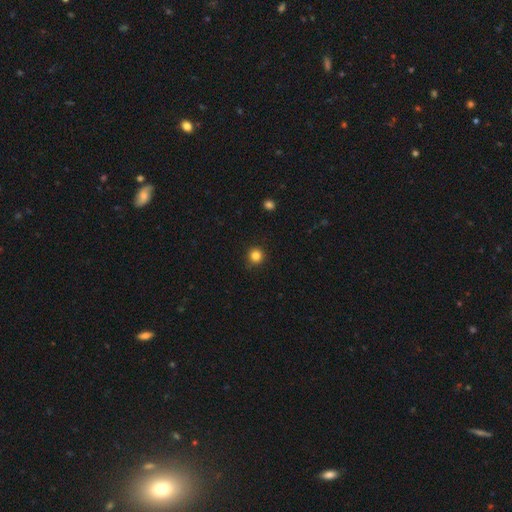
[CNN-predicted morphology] Smooth or featured: smooth — 83% (star or artifact — 13%)
How rounded: round — 95% (in between — 4%)
Merging: none — 90% (minor disturbance — 7%)